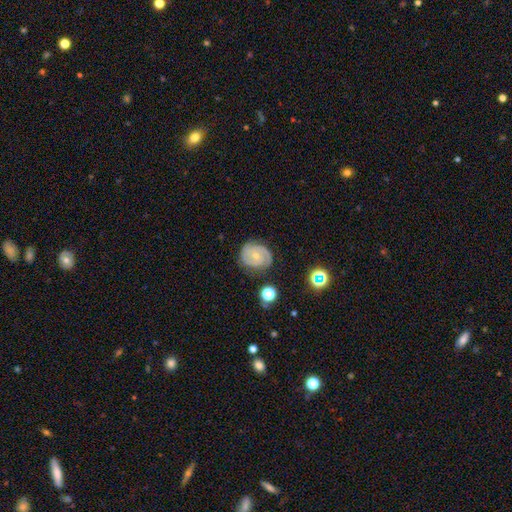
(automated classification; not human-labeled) This is likely a featured or disk galaxy (80%). It is clearly not viewed edge-on (98%). Bar: likely no (62%). Spiral arm pattern: clearly yes (95%). Spiral arm count: likely 2 (64%). Spiral winding: possibly tight (60%). Central bulge: likely small (66%). Merging: likely none (76%).